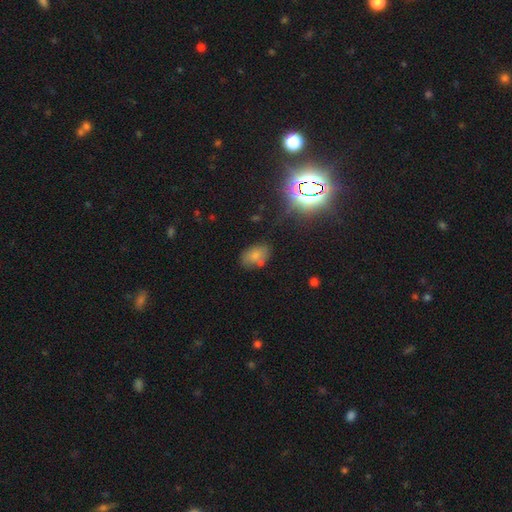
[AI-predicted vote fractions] This appears to be a smooth galaxy with no disk features (70%) that is in between round and cigar-shaped (84%). Merging: none (66%).